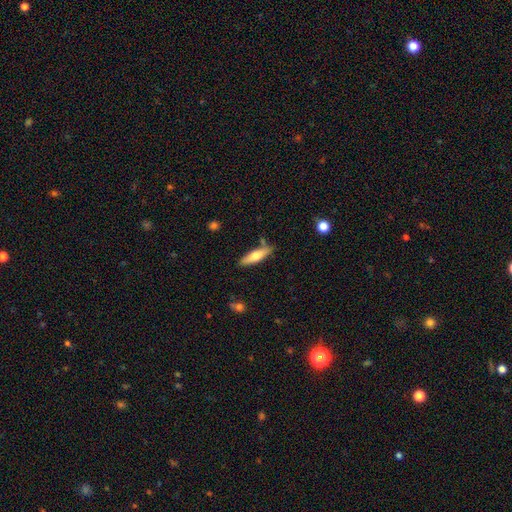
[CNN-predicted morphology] Overall: smooth (62%; featured or disk 33%). How rounded: cigar-shaped (64%; in between 34%). Merging: none (80%).